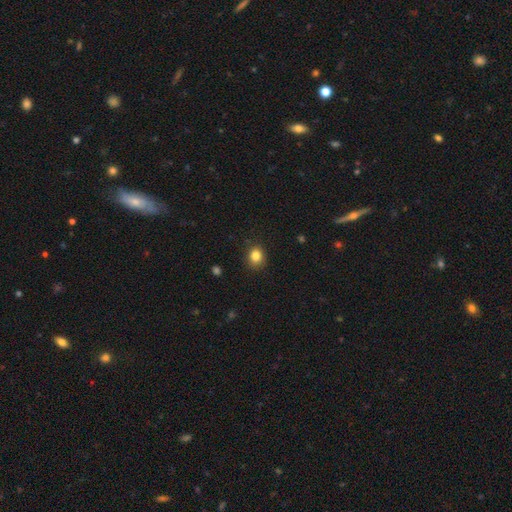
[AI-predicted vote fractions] smooth 84%, star or artifact 11%, featured or disk 5%. Down the decision tree: how rounded — round (73%); merging — none (83%).